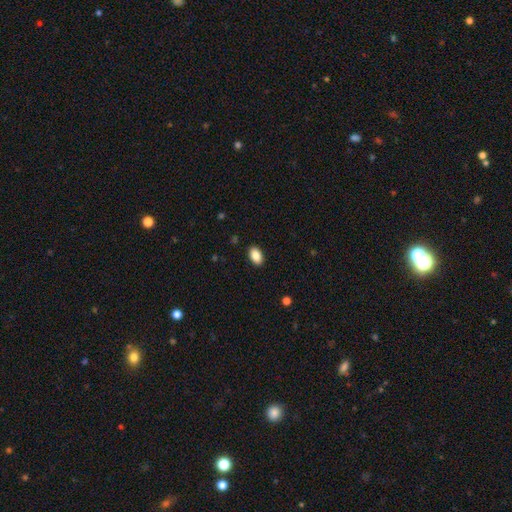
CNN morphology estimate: Smooth or featured: smooth — 87% (star or artifact — 8%)
How rounded: in between — 92% (round — 6%)
Merging: none — 90% (minor disturbance — 7%)